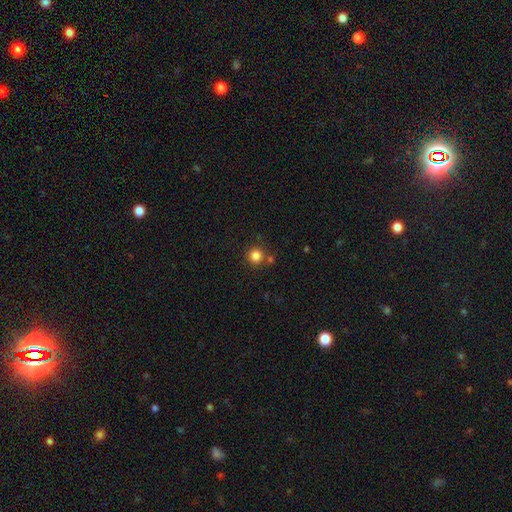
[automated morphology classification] Smooth or featured? Predicted: smooth (p=0.84). How rounded? Predicted: round (p=0.94). Merging? Predicted: none (p=0.79).